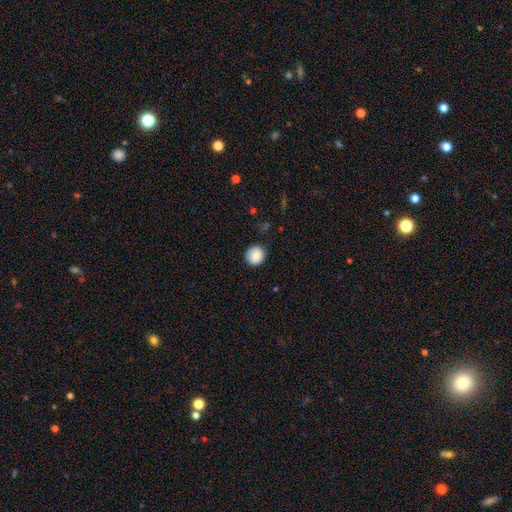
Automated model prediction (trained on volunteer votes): Smooth or featured: smooth — 87% (star or artifact — 8%)
How rounded: round — 90% (in between — 9%)
Merging: none — 87% (minor disturbance — 9%)